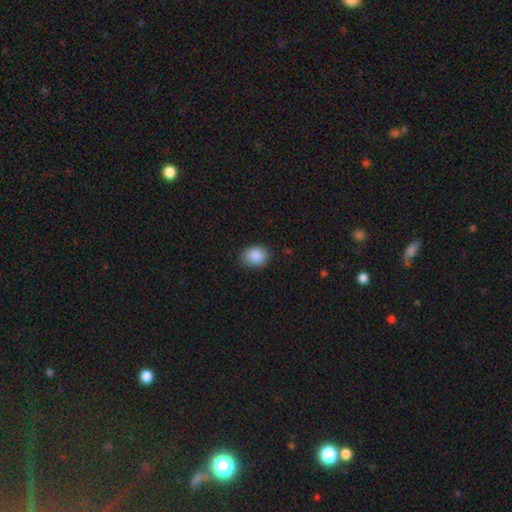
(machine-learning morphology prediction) smooth_or_featured: smooth (p=0.89) [alt: star or artifact p=0.08]
how_rounded: round (p=0.51) [alt: in between p=0.48]
merging: none (p=0.78) [alt: minor disturbance p=0.17]